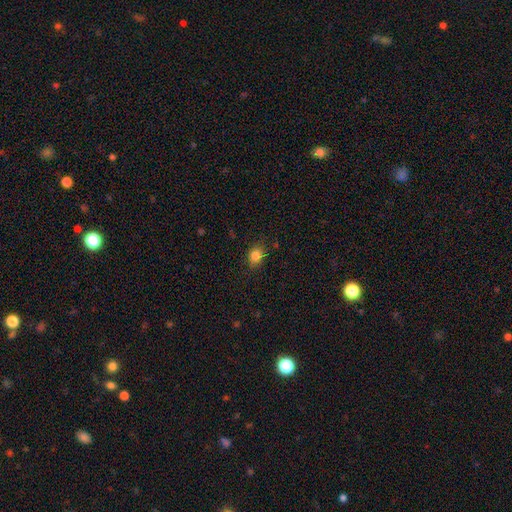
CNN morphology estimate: A smooth galaxy with no disk features (84%) that is round (55%). Merging: none (84%).